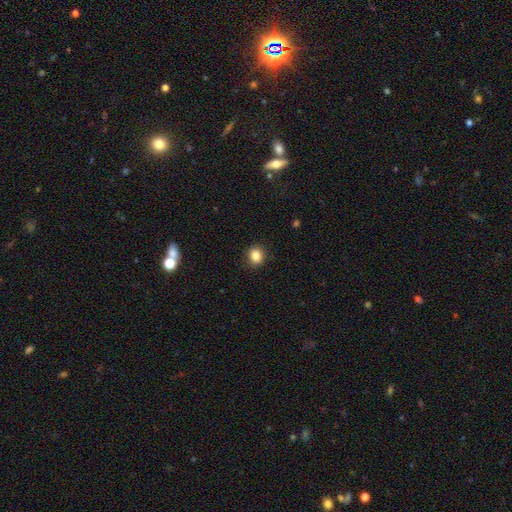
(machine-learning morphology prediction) A smooth galaxy with no disk features (85%) that is round (72%). Merging: none (90%).